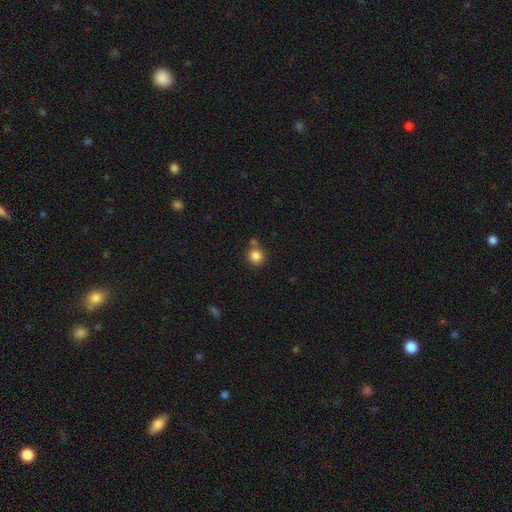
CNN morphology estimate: The model was most divided on "merging": none: 74%, merger: 13%, minor disturbance: 10%, major disturbance: 3%. More confident: how rounded — round (89%); smooth or featured — smooth (84%).